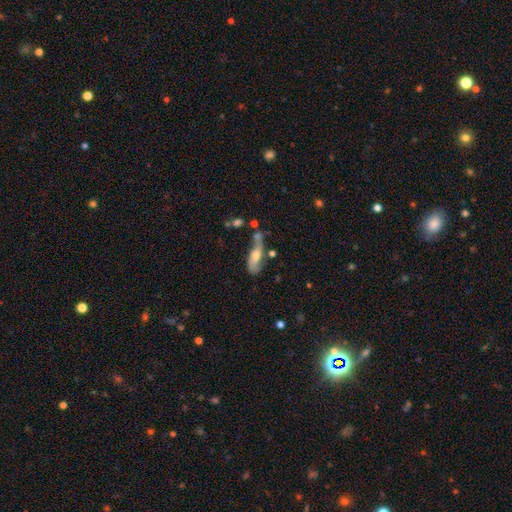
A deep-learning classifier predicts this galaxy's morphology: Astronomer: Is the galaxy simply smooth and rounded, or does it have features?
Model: featured or disk — 56% (runner-up: smooth, 36%).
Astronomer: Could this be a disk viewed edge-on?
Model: no — 76%.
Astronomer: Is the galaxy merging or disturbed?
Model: none — 43% (runner-up: minor disturbance, 26%).